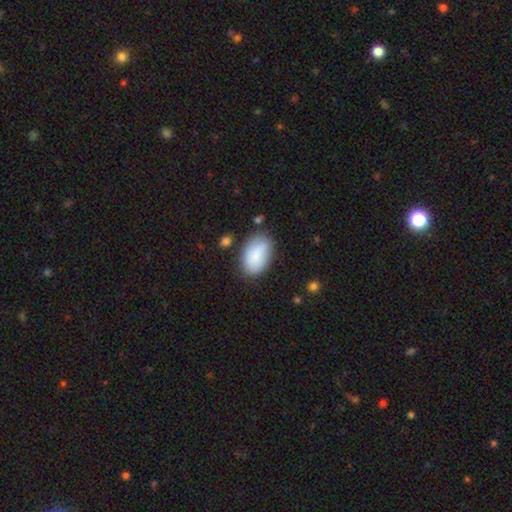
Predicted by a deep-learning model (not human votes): A smooth galaxy with no disk features (84%) that is in between round and cigar-shaped (91%). Merging: none (70%).